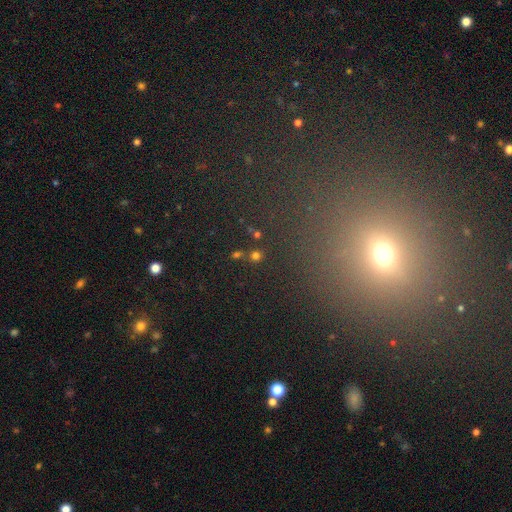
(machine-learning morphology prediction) A smooth galaxy with no disk features (61%) that is round (82%). Merging: none (73%).